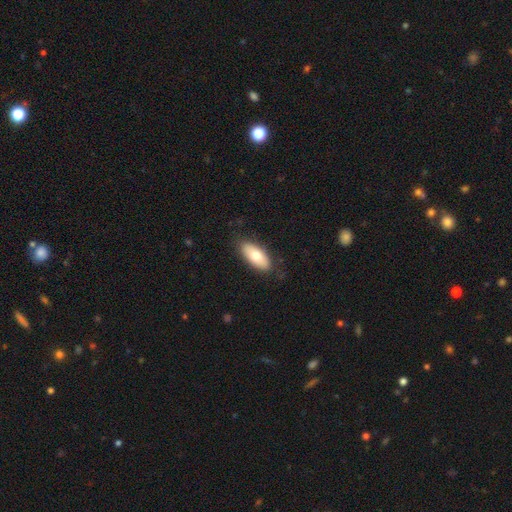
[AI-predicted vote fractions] smooth 73%, featured or disk 21%, star or artifact 6%. Down the decision tree: how rounded — in between (86%); merging — none (85%).